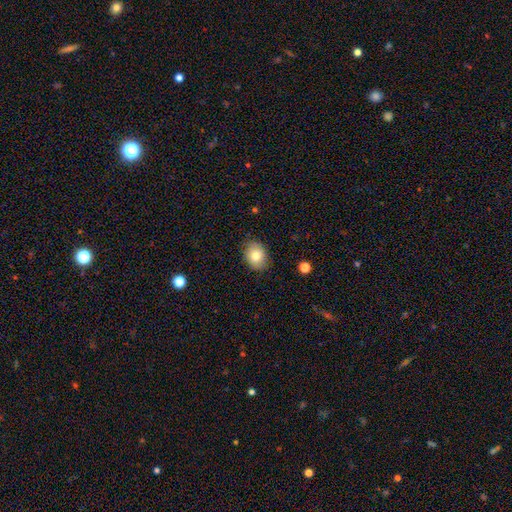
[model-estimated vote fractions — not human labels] Smooth or featured? smooth (80%)
How rounded? in between (53%)
Merging? none (86%)